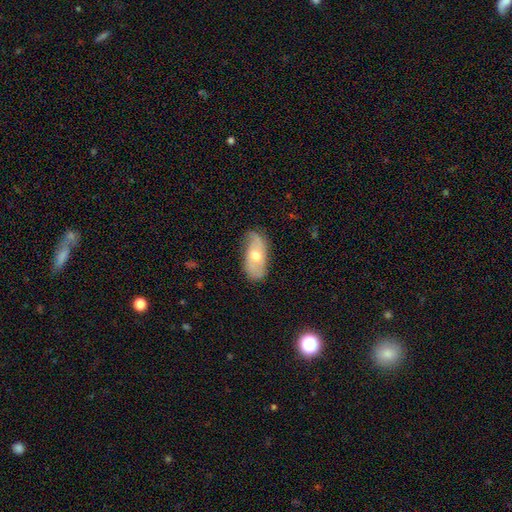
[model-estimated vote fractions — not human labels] Smooth or featured? Predicted: featured or disk (p=0.53). Edge-on disk? Predicted: no (p=0.87). Merging? Predicted: none (p=0.65).